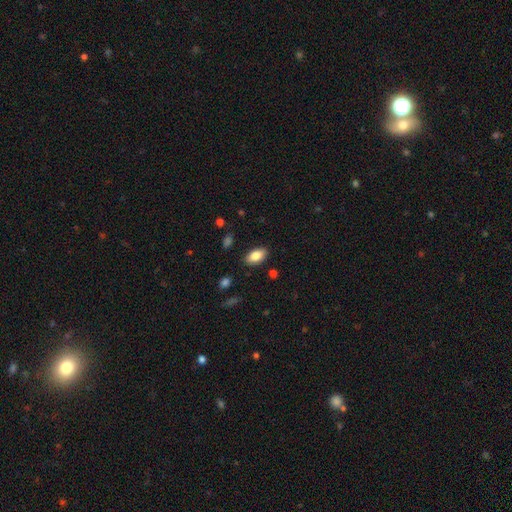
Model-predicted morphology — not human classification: Smooth or featured?
  - smooth: 84% *
  - featured or disk: 9%
  - star or artifact: 7%
How rounded?
  - in between: 93% *
  - cigar-shaped: 4%
  - round: 4%
Merging?
  - none: 86% *
  - minor disturbance: 10%
  - major disturbance: 2%
  - merger: 1%